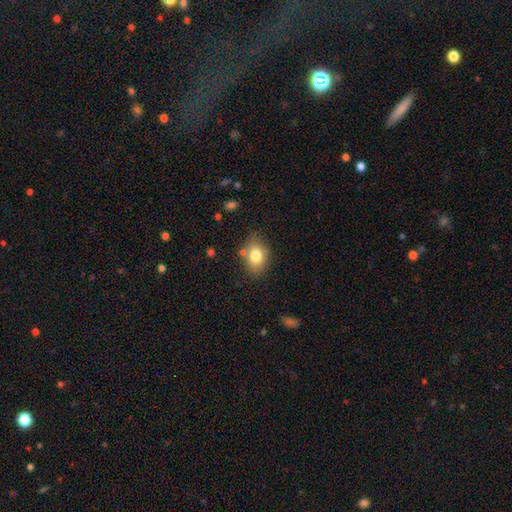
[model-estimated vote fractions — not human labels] Smooth or featured? smooth (80%)
How rounded? in between (77%)
Merging? none (77%)